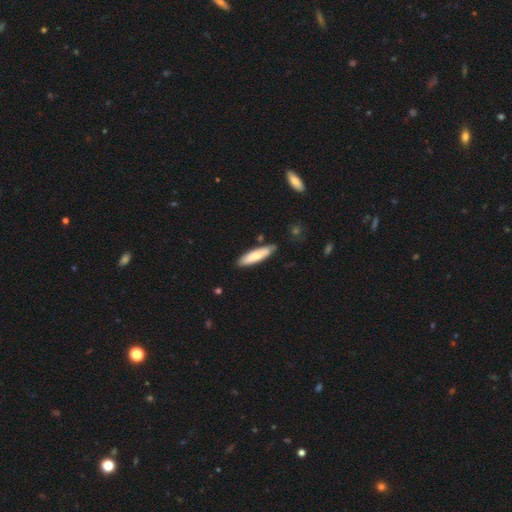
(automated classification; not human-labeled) Overall: smooth (75%). How rounded: cigar-shaped (68%; in between 30%). Merging: none (82%).